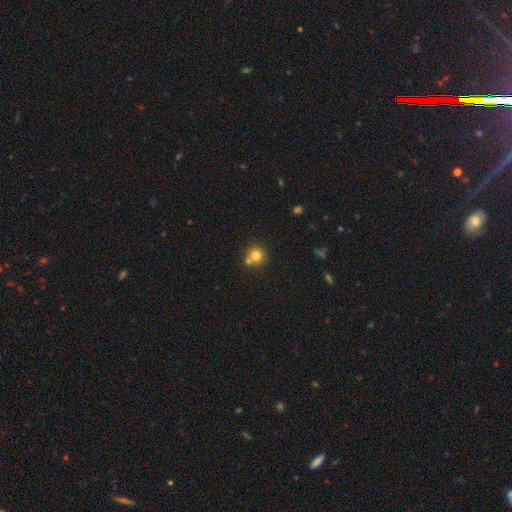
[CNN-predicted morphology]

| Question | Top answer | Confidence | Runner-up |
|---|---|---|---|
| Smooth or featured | smooth | 77% | star or artifact (12%) |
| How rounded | round | 90% | in between (9%) |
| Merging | none | 60% | merger (29%) |